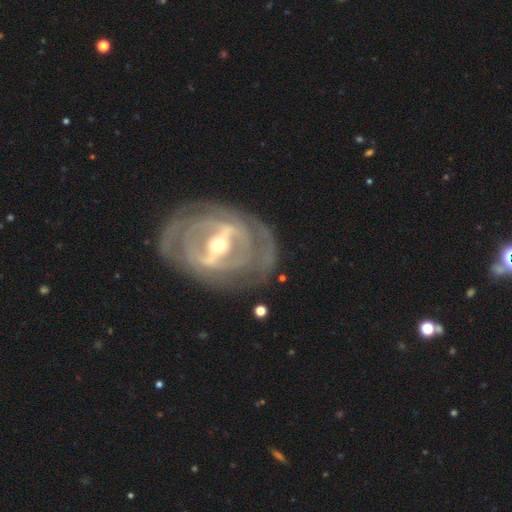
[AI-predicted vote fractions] This appears to be a featured or disk galaxy (86%) with a strong bar (68%), tight (72%) spiral arms (76%) and a moderate central bulge (62%). Merging: none (76%).